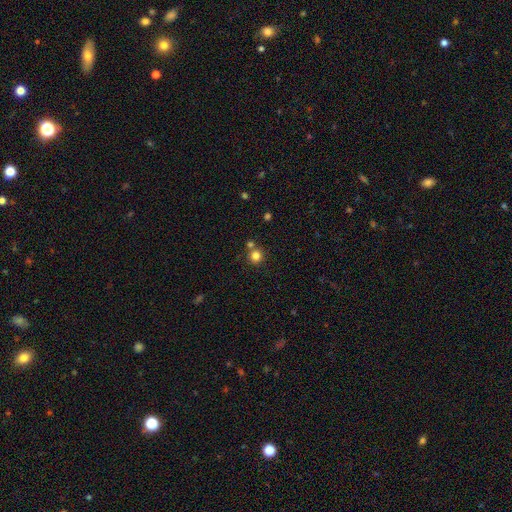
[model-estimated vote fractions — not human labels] Smooth or featured? smooth (81%)
How rounded? round (93%)
Merging? none (72%)